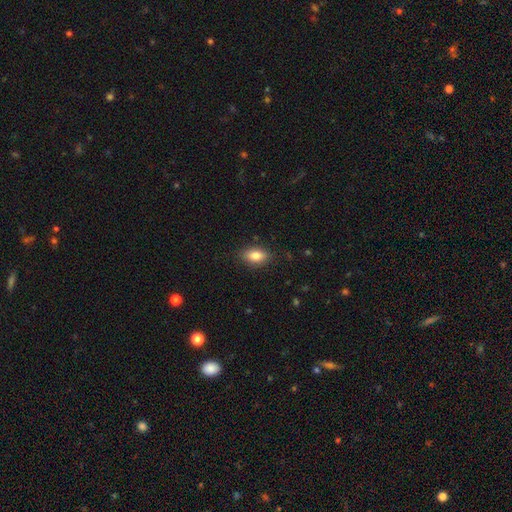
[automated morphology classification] type=smooth (81%); roundness=in between (87%); merging=none (85%).